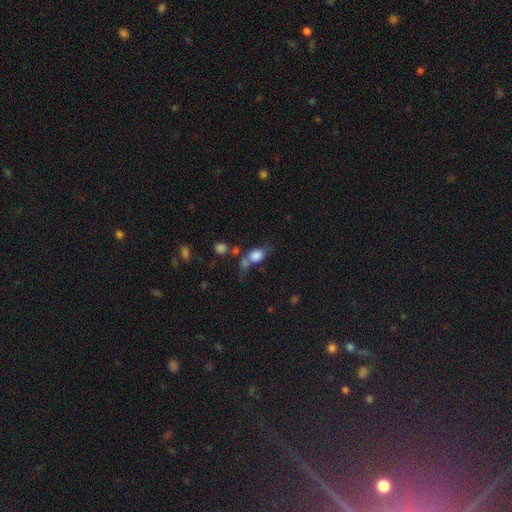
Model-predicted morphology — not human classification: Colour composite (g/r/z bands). It shows a smooth galaxy with no disk features (76%) that is in between round and cigar-shaped (54%). Merging: none (34%).